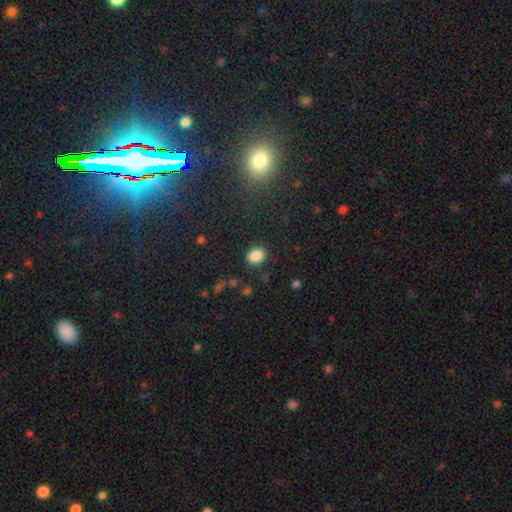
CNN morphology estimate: Smooth or featured: smooth — 86% (star or artifact — 10%)
How rounded: round — 62% (in between — 37%)
Merging: none — 87% (minor disturbance — 8%)